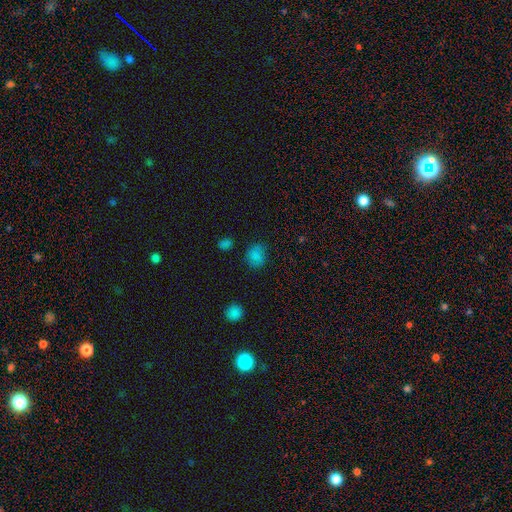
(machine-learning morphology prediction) type=smooth (80%); roundness=round (63%); merging=none (78%).